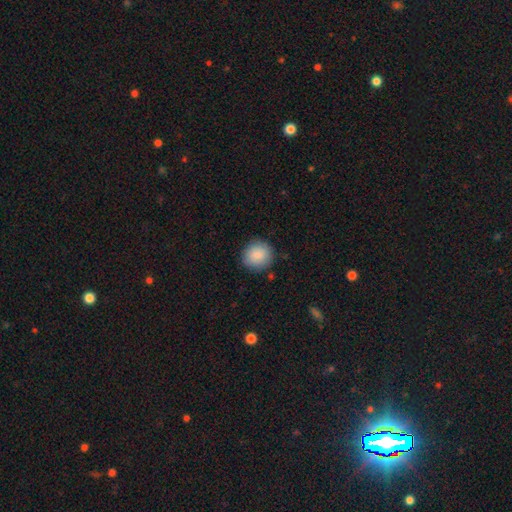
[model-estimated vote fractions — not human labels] smooth-or-featured: smooth: 88% | star or artifact: 7% | featured or disk: 5%
  how-rounded: round: 88% | in between: 11% | cigar-shaped: 1%
  merging: none: 87% | minor disturbance: 10% | major disturbance: 2% | merger: 1%